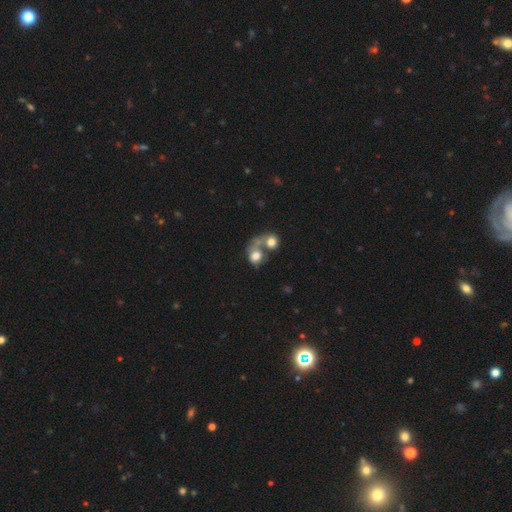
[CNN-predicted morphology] smooth 66%, featured or disk 23%, star or artifact 10%. Down the decision tree: how rounded — round (60%); merging — merger (62%).